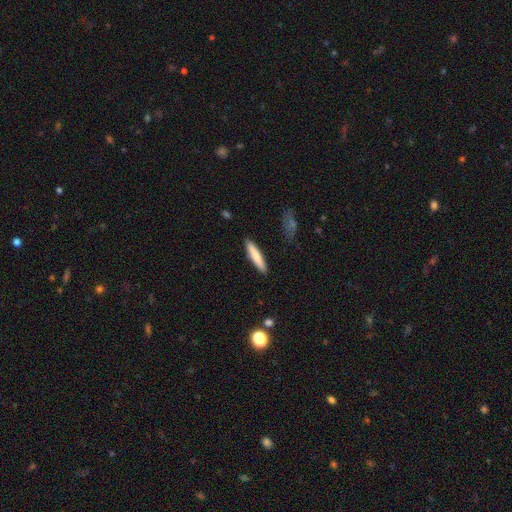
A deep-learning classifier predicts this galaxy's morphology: Overall: smooth (76%). How rounded: cigar-shaped (86%). Merging: none (90%).